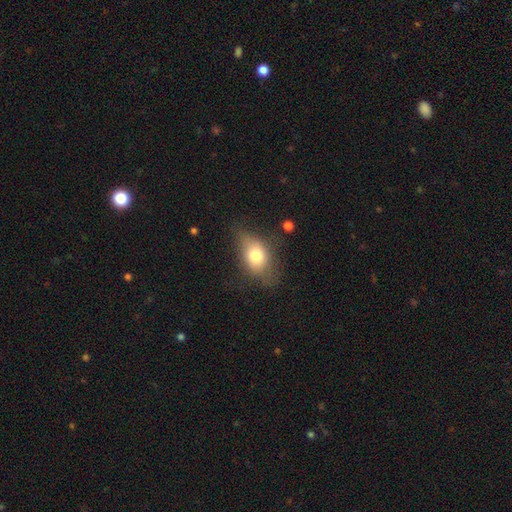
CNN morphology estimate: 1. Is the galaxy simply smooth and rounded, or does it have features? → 73% smooth, 18% featured or disk, 9% star or artifact.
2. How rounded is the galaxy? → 77% in between, 20% round, 3% cigar-shaped.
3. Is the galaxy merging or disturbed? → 56% none, 29% minor disturbance, 13% major disturbance, 2% merger.